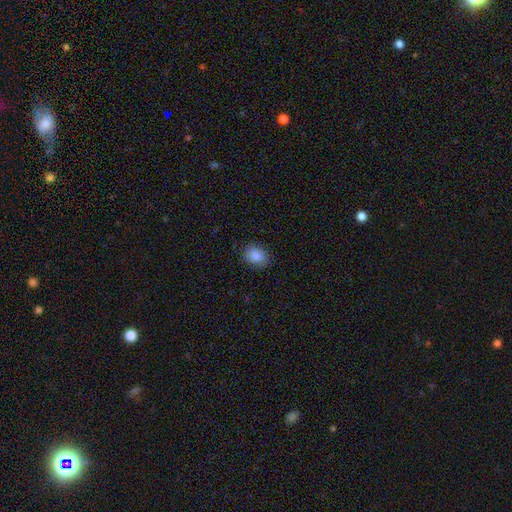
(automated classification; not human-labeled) Smooth or featured? Predicted: smooth (p=0.84). How rounded? Predicted: in between (p=0.58). Merging? Predicted: none (p=0.81).